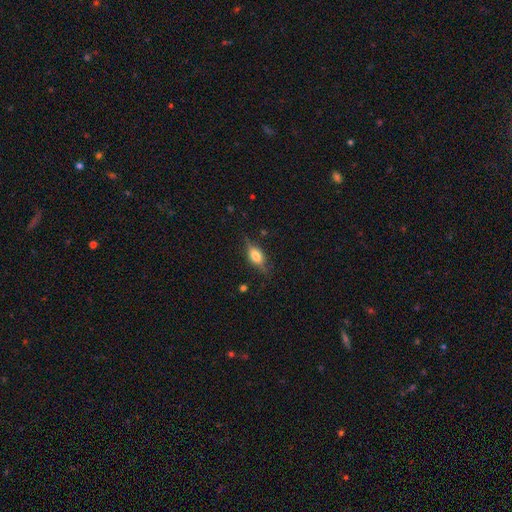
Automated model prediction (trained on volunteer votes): A smooth galaxy with no disk features (48%).

Vote fractions:
- Smooth or featured? smooth: 48% / featured or disk: 43% / star or artifact: 9%
- Merging? none: 75% / minor disturbance: 19% / major disturbance: 5% / merger: 1%